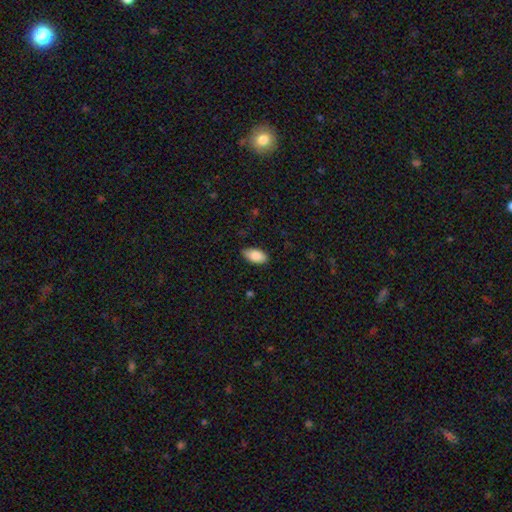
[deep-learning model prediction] This is clearly a smooth galaxy (88%). How rounded: clearly in between (94%). Merging: clearly none (85%).